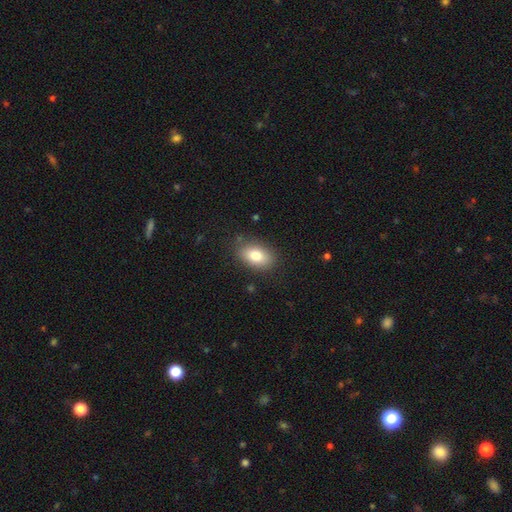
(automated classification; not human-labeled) A smooth galaxy with no disk features (81%) that is in between round and cigar-shaped (87%). Merging: none (83%).